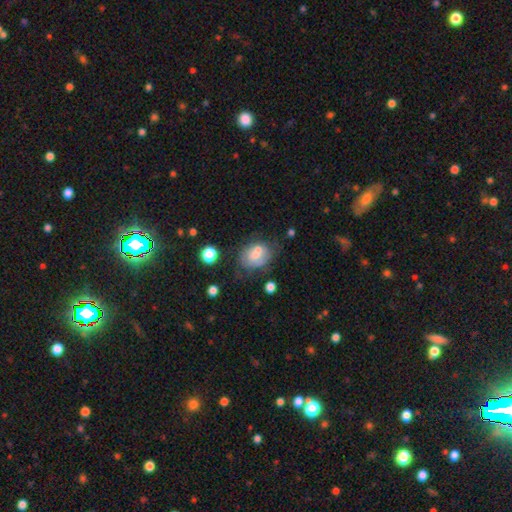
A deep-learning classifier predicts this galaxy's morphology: Smooth or featured? Predicted: smooth (p=0.56). How rounded? Predicted: in between (p=0.67). Merging? Predicted: none (p=0.44).